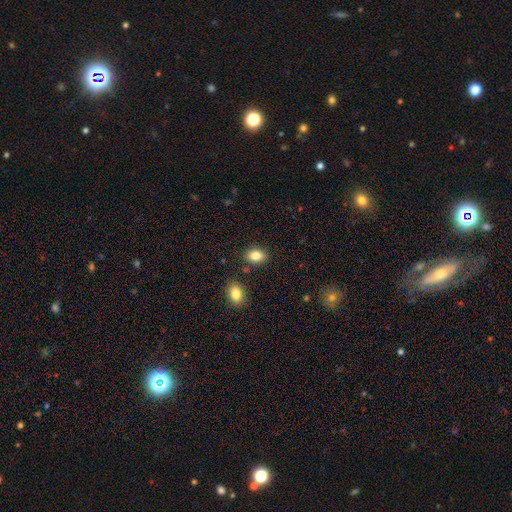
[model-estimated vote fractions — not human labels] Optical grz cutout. It shows a smooth galaxy with no disk features (85%) that is in between round and cigar-shaped (76%). Merging: none (83%).